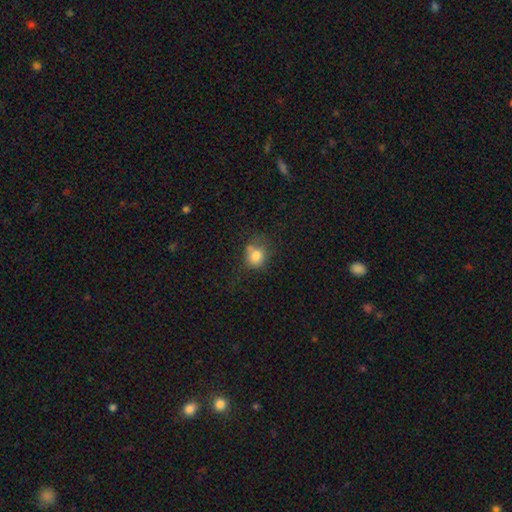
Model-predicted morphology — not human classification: This appears to be a smooth galaxy with no disk features (78%) that is round (65%). Merging: none (48%).